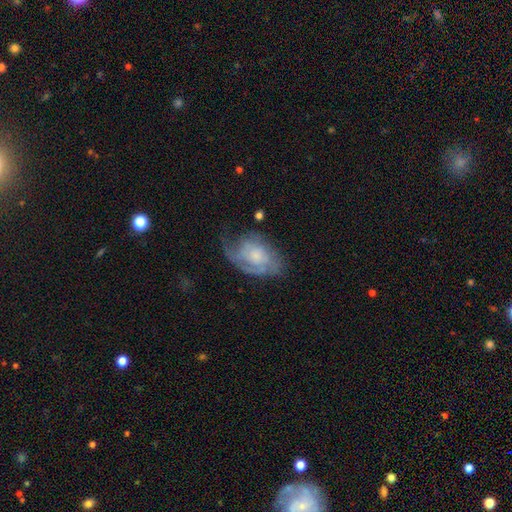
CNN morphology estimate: smooth-or-featured: featured or disk: 65% | smooth: 27% | star or artifact: 7%
  disk-edge-on: no: 96% | yes: 4%
    bar: no: 76% | weak: 21% | strong: 3%
    has-spiral-arms: yes: 82% | no: 18%
      spiral-winding: tight: 43% | medium: 37% | loose: 20%
      spiral-arm-count: can't tell: 36% | 2: 27% | 1: 21% | 3: 10% | 4: 3% | more than 4: 3%
    bulge-size: small: 48% | moderate: 34% | none: 10% | large: 6% | dominant: 2%
  merging: none: 45% | minor disturbance: 28% | major disturbance: 25% | merger: 2%